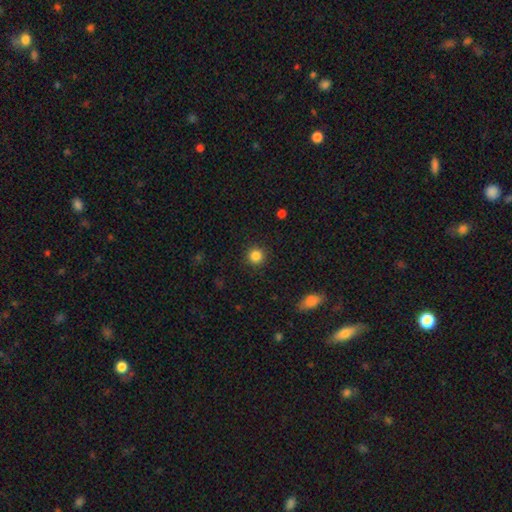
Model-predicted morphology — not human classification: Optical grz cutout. It shows a smooth galaxy with no disk features (85%) that is round (94%). Merging: none (91%).